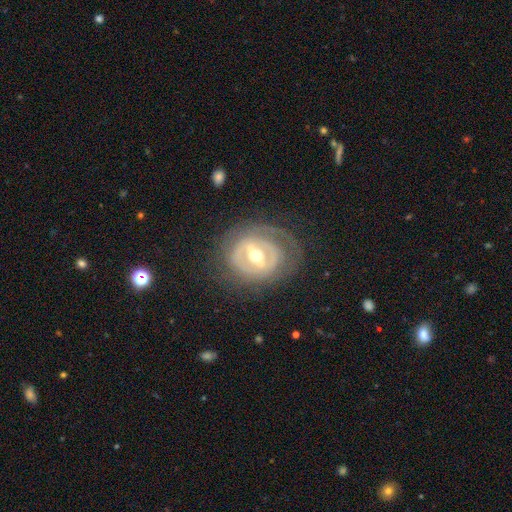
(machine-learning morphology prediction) Smooth or featured? featured or disk (79%)
Edge-on disk? no (94%)
Bar? strong (47%)
Spiral arms? yes (56%)
Bulge size? moderate (68%)
Merging? none (70%)